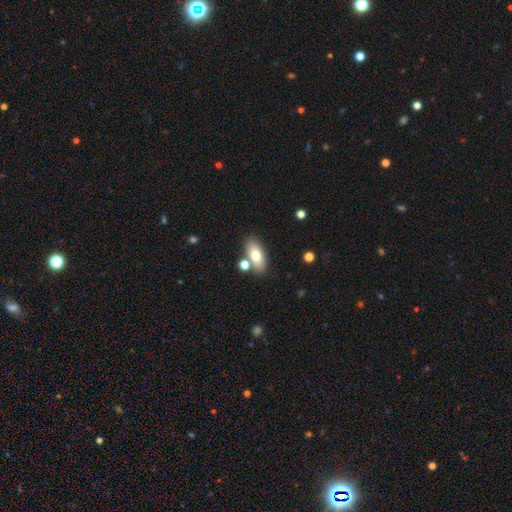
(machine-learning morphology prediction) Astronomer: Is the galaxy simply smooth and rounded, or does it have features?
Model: smooth — 72%.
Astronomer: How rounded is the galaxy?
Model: in between — 83%.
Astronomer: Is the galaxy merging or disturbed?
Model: none — 75%.